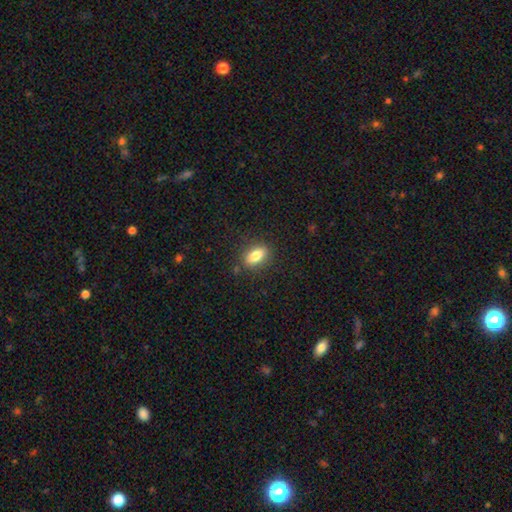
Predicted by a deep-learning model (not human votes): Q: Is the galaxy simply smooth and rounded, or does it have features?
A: smooth — 79%.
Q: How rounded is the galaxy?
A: in between — 80%.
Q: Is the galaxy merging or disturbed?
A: none — 85%.